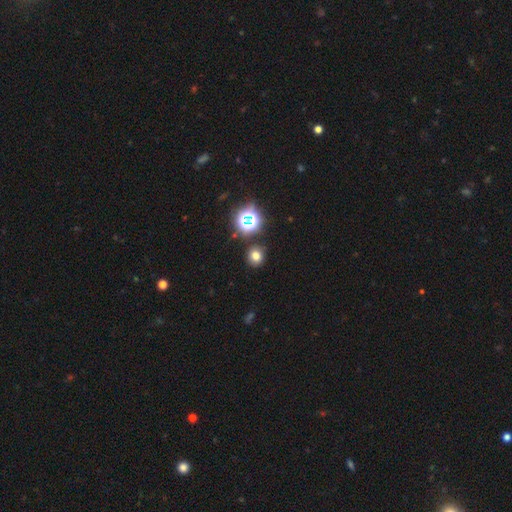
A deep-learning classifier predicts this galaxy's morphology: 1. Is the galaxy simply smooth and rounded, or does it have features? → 69% smooth, 23% star or artifact, 8% featured or disk.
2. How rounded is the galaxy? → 82% round, 17% in between, 1% cigar-shaped.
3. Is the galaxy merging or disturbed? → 87% none, 7% minor disturbance, 4% merger, 3% major disturbance.